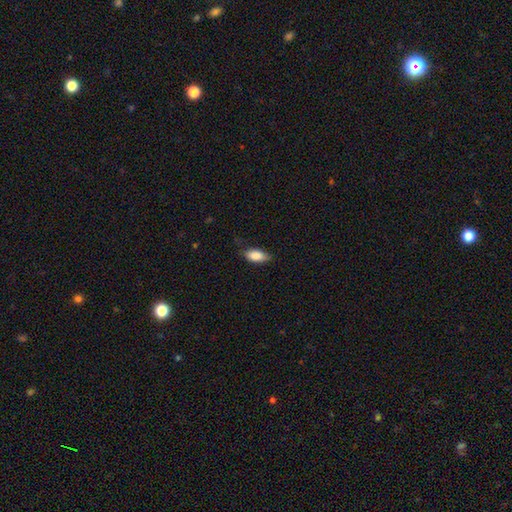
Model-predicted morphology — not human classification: Smooth or featured?
  - smooth: 86% *
  - featured or disk: 7%
  - star or artifact: 7%
How rounded?
  - in between: 90% *
  - cigar-shaped: 7%
  - round: 3%
Merging?
  - none: 64% *
  - minor disturbance: 29%
  - major disturbance: 6%
  - merger: 1%